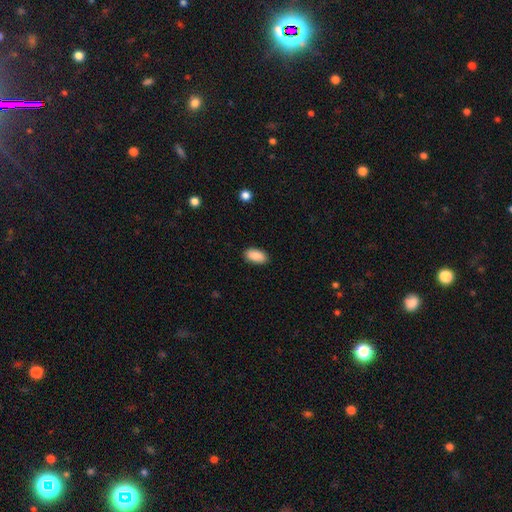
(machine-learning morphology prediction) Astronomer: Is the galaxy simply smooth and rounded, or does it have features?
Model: smooth — 90%.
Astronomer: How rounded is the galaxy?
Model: in between — 93%.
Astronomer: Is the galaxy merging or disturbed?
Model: none — 89%.